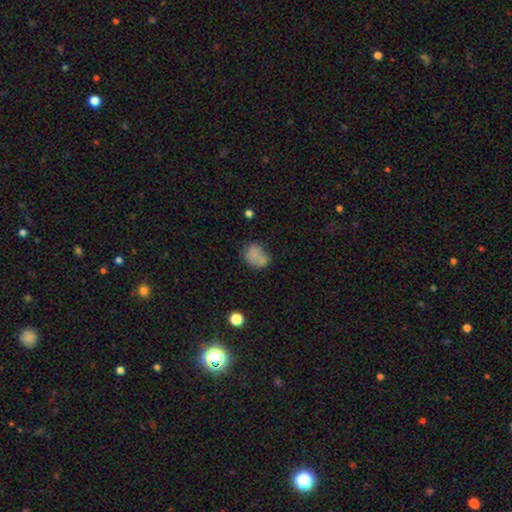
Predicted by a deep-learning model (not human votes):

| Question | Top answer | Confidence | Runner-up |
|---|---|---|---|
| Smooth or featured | smooth | 76% | featured or disk (13%) |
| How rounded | round | 53% | in between (46%) |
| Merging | none | 51% | minor disturbance (24%) |